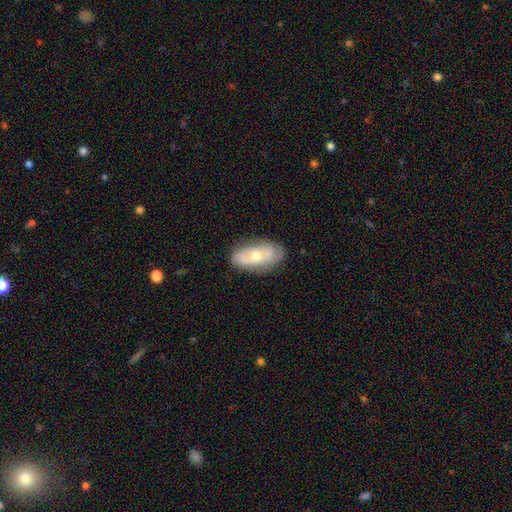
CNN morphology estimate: A featured or disk galaxy (59%) with no bar (77%), spiral arms (66%) and a moderate central bulge (66%).

Vote fractions:
- Smooth or featured? featured or disk: 59% / smooth: 34% / star or artifact: 7%
- Edge-on disk? no: 90% / yes: 10%
- Bar? no: 77% / weak: 18% / strong: 5%
- Spiral arms? yes: 66% / no: 34%
- Bulge size? moderate: 66% / small: 29% / large: 3% / none: 1% / dominant: 1%
- Merging? none: 72% / minor disturbance: 21% / major disturbance: 6% / merger: 1%